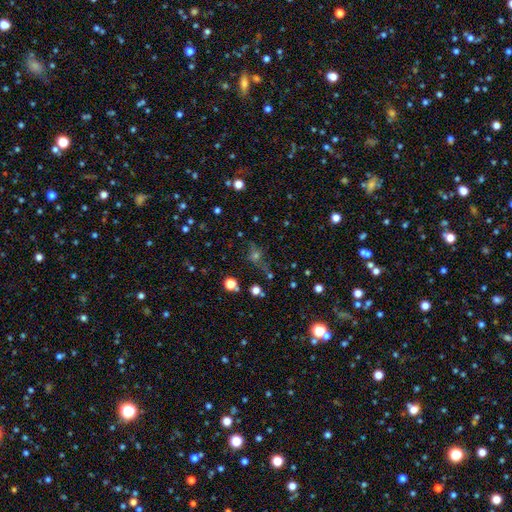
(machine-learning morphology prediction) This appears to be a star or artifact, not a galaxy (41%).